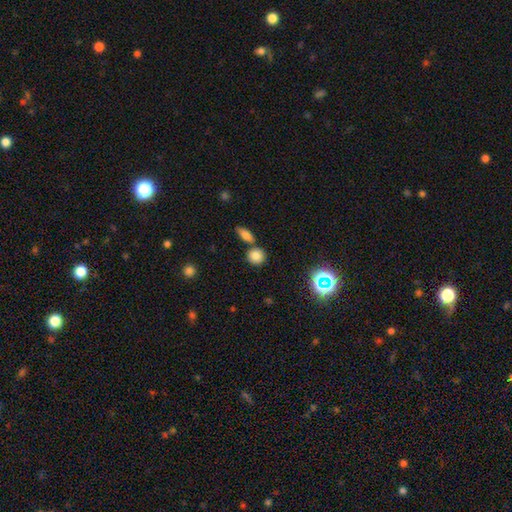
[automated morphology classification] smooth_or_featured: smooth (p=0.80) [alt: star or artifact p=0.13]
how_rounded: round (p=0.83) [alt: in between p=0.15]
merging: none (p=0.69) [alt: merger p=0.19]